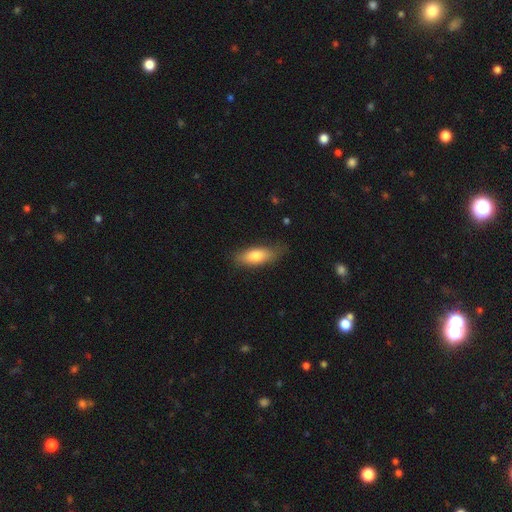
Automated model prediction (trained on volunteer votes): smooth_or_featured: smooth (p=0.76) [alt: featured or disk p=0.18]
how_rounded: in between (p=0.71) [alt: cigar-shaped p=0.26]
merging: none (p=0.73) [alt: minor disturbance p=0.21]